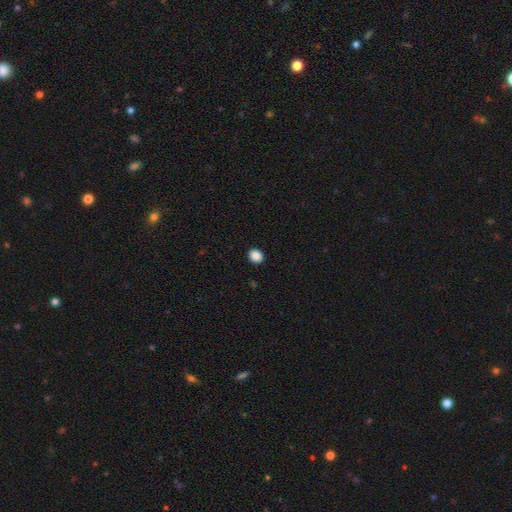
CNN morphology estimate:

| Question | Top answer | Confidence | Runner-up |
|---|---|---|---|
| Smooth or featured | smooth | 88% | star or artifact (9%) |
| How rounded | round | 70% | in between (29%) |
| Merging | none | 92% | minor disturbance (5%) |